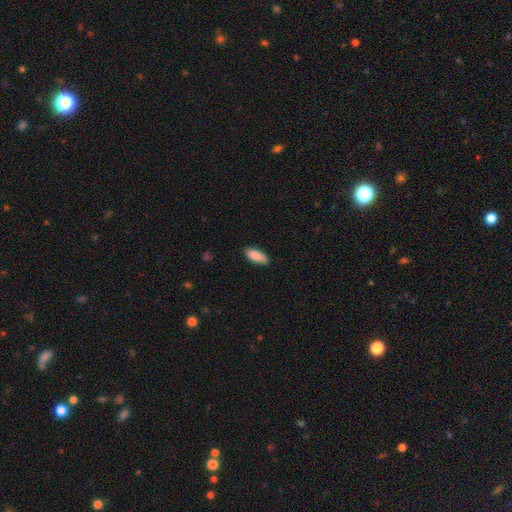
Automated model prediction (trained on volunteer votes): This appears to be a smooth galaxy with no disk features (90%) that is in between round and cigar-shaped (83%). Merging: none (86%).